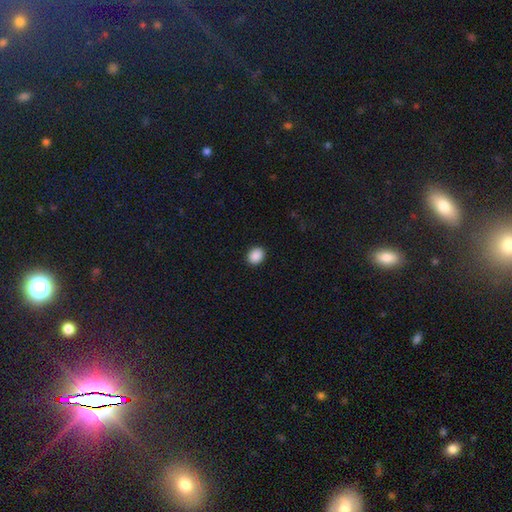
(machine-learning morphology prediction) Smooth or featured: smooth — 89% (star or artifact — 8%)
How rounded: round — 57% (in between — 42%)
Merging: none — 91% (minor disturbance — 6%)